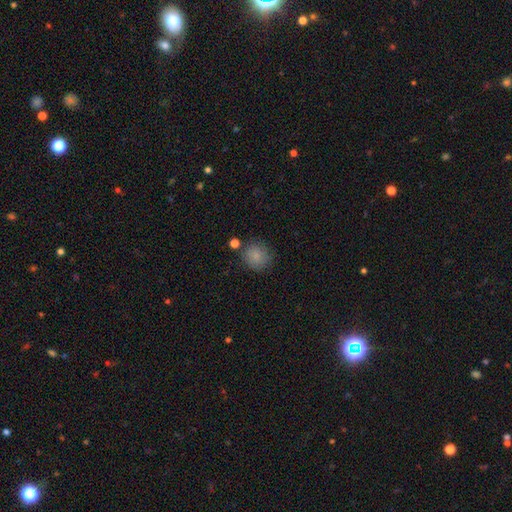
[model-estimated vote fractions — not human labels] Morphology: type=smooth (84%); roundness=round (86%); merging=none (77%).